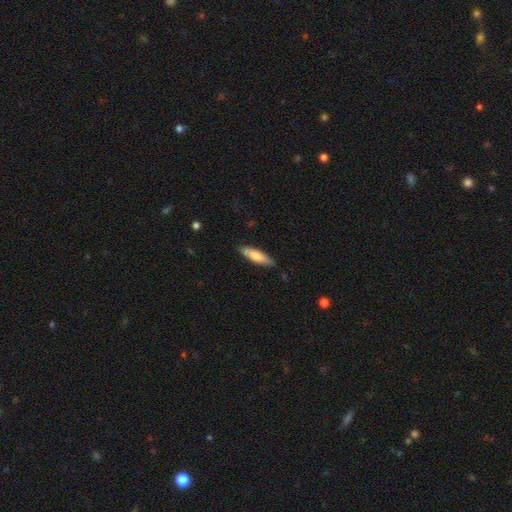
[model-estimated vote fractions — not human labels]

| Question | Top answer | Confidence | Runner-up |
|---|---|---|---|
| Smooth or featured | smooth | 77% | featured or disk (18%) |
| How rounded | cigar-shaped | 61% | in between (38%) |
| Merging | none | 85% | minor disturbance (12%) |